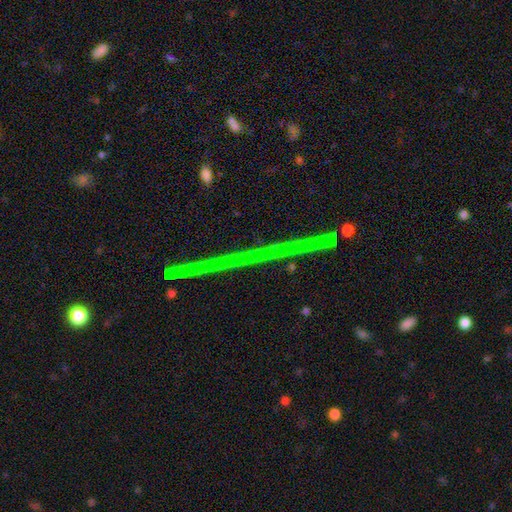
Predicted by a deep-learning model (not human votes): A star or artifact, not a galaxy (76%).